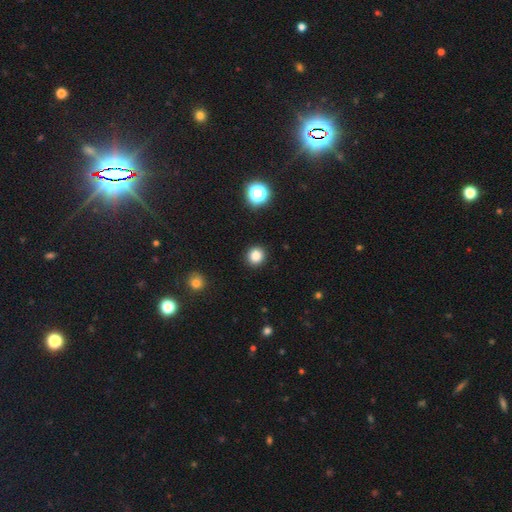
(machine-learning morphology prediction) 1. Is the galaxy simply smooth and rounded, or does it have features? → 84% smooth, 12% star or artifact, 4% featured or disk.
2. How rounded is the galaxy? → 90% round, 9% in between, 1% cigar-shaped.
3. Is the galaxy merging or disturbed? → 92% none, 5% minor disturbance, 2% major disturbance, 1% merger.